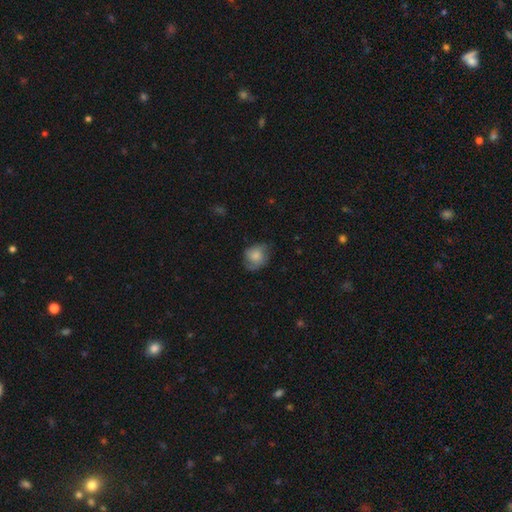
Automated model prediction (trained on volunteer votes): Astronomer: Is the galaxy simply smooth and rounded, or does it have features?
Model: smooth — 70%.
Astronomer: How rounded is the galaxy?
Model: round — 61% (runner-up: in between, 38%).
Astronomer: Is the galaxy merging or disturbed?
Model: none — 58%.